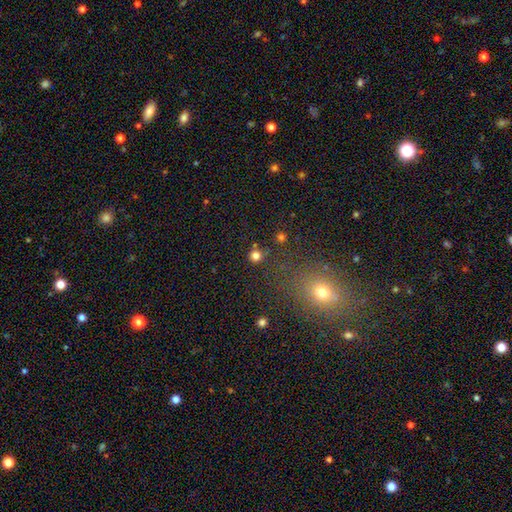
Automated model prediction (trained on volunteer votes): Overall: smooth (78%). How rounded: round (94%). Merging: none (85%).